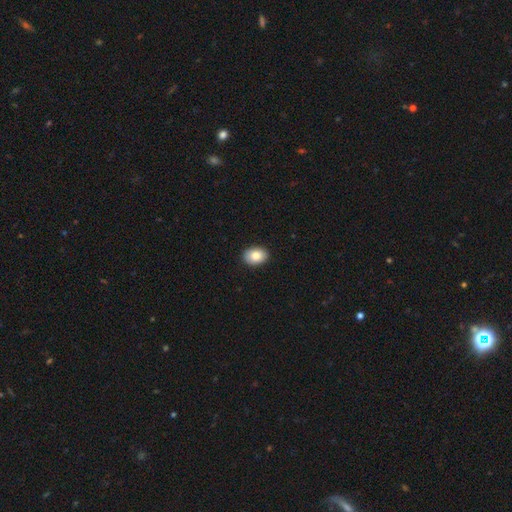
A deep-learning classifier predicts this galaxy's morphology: This appears to be a smooth galaxy with no disk features (85%) that is in between round and cigar-shaped (76%). Merging: none (91%).